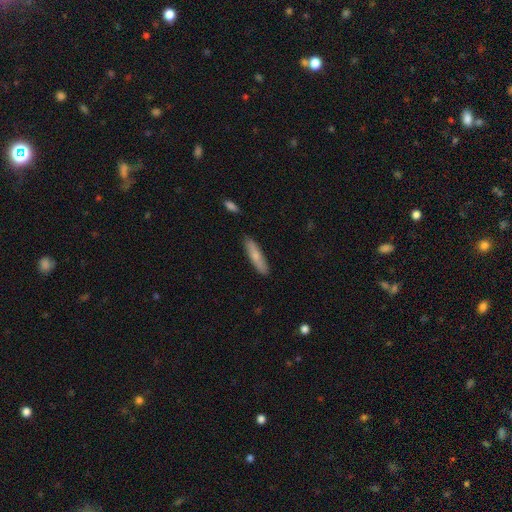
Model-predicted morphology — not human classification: smooth_or_featured: smooth (p=0.72) [alt: featured or disk p=0.22]
how_rounded: cigar-shaped (p=0.80) [alt: in between p=0.18]
merging: none (p=0.87) [alt: minor disturbance p=0.09]